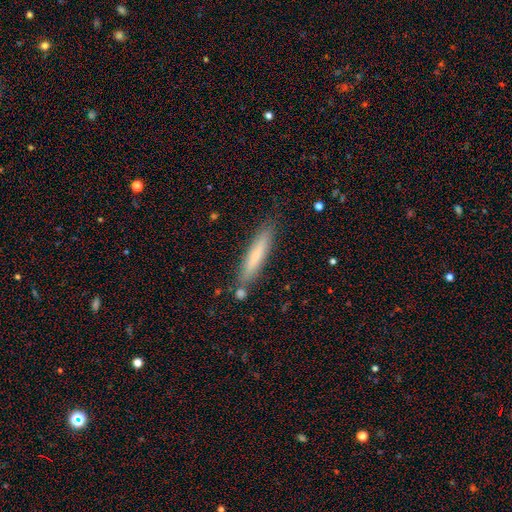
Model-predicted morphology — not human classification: type=smooth (72%); roundness=cigar-shaped (91%); merging=none (82%).